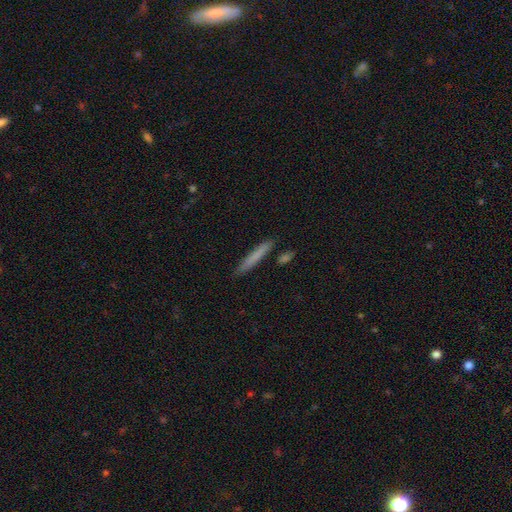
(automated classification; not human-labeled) Smooth or featured?
  - smooth: 71% *
  - featured or disk: 22%
  - star or artifact: 6%
How rounded?
  - cigar-shaped: 95% *
  - in between: 3%
  - round: 1%
Merging?
  - none: 86% *
  - minor disturbance: 9%
  - merger: 3%
  - major disturbance: 2%